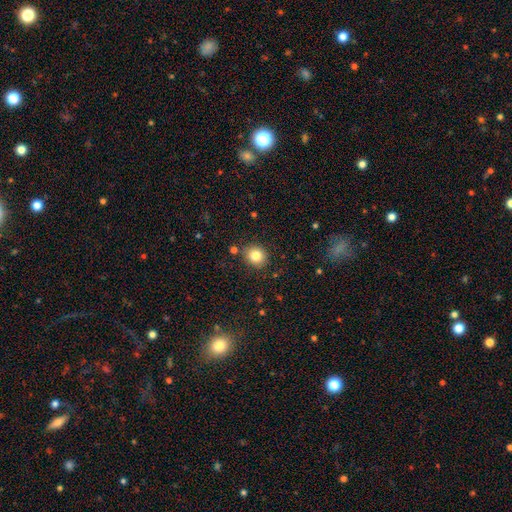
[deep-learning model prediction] Q: Smooth or featured?
A: smooth (82%); runner-up: star or artifact (11%)
Q: How rounded?
A: round (83%); runner-up: in between (16%)
Q: Merging?
A: none (86%); runner-up: minor disturbance (8%)